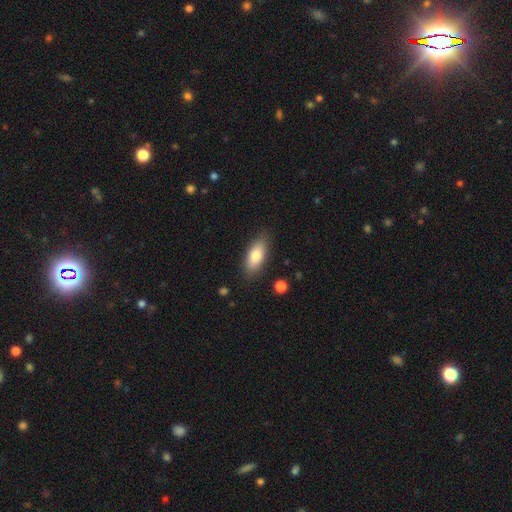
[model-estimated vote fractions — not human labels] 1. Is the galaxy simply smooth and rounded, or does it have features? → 79% smooth, 14% featured or disk, 6% star or artifact.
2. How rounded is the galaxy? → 81% in between, 16% cigar-shaped, 3% round.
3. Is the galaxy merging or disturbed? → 85% none, 11% minor disturbance, 3% major disturbance, 2% merger.